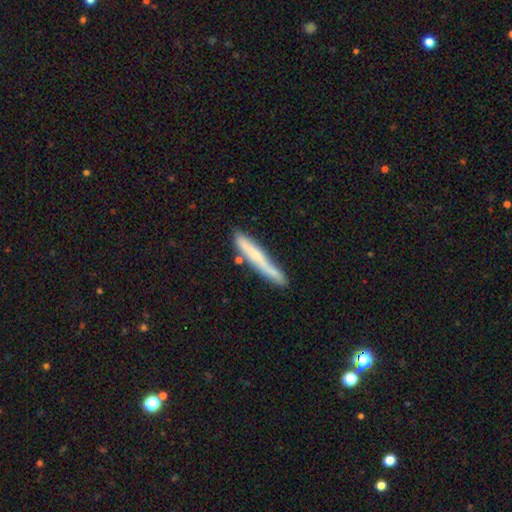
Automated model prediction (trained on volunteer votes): The model was most divided on "smooth or featured": smooth: 57%, featured or disk: 37%, star or artifact: 7%. More confident: how rounded — cigar-shaped (95%); merging — none (74%).